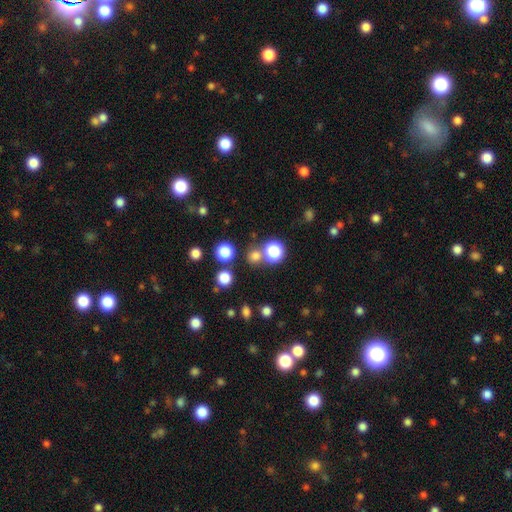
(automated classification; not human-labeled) Smooth or featured?
  - smooth: 68% *
  - star or artifact: 26%
  - featured or disk: 6%
How rounded?
  - round: 90% *
  - in between: 9%
  - cigar-shaped: 1%
Merging?
  - none: 75% *
  - merger: 14%
  - minor disturbance: 7%
  - major disturbance: 4%